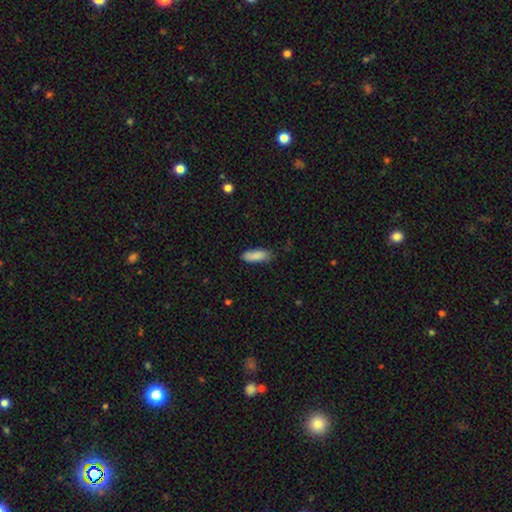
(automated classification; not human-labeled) smooth-or-featured: smooth: 87% | star or artifact: 6% | featured or disk: 6%
  how-rounded: in between: 65% | cigar-shaped: 34% | round: 2%
  merging: none: 73% | minor disturbance: 22% | major disturbance: 4% | merger: 2%